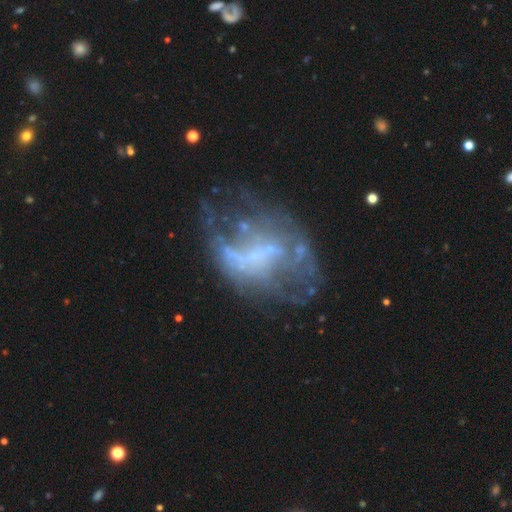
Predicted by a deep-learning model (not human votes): The model was most divided on "merging": none: 39%, major disturbance: 35%, minor disturbance: 18%, merger: 7%. More confident: edge-on disk — no (97%); smooth or featured — featured or disk (70%); bulge size — none (66%); spiral arms — no (65%); bar — no (59%).